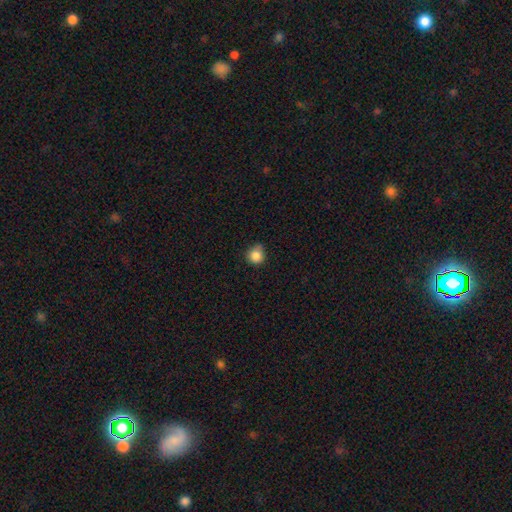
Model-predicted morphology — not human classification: smooth-or-featured: smooth: 86% | star or artifact: 10% | featured or disk: 4%
  how-rounded: round: 90% | in between: 9% | cigar-shaped: 1%
  merging: none: 66% | minor disturbance: 27% | major disturbance: 4% | merger: 3%